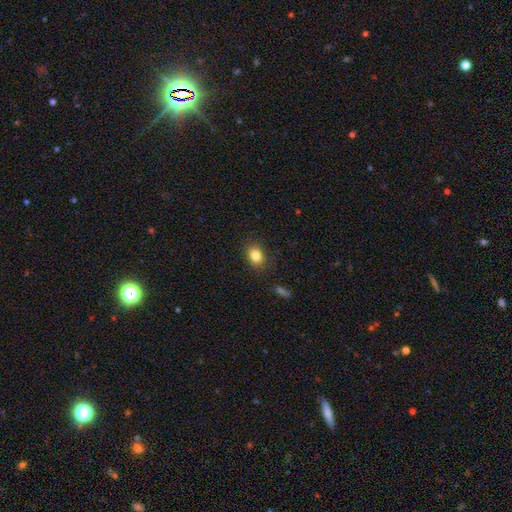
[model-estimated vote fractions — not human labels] Smooth or featured? Predicted: smooth (p=0.84). How rounded? Predicted: in between (p=0.56). Merging? Predicted: none (p=0.87).